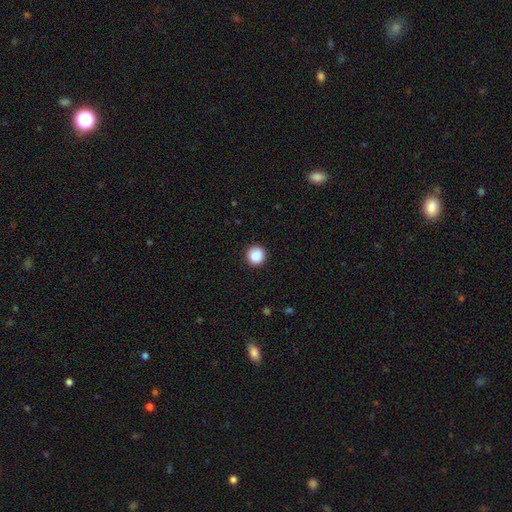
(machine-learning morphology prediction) This is clearly a smooth galaxy (87%). How rounded: clearly round (96%). Merging: clearly none (93%).